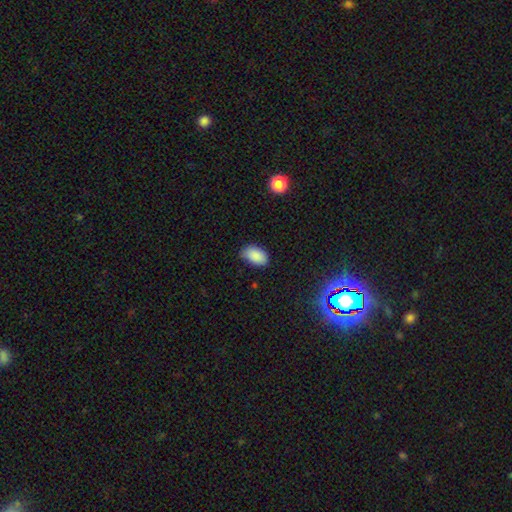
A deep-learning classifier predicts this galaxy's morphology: This appears to be a smooth galaxy with no disk features (88%) that is in between round and cigar-shaped (93%). Merging: none (73%).